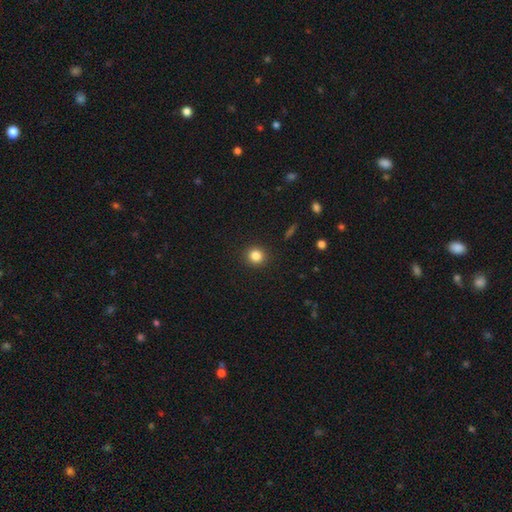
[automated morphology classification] This is clearly a smooth galaxy (84%). How rounded: clearly round (92%). Merging: clearly none (92%).